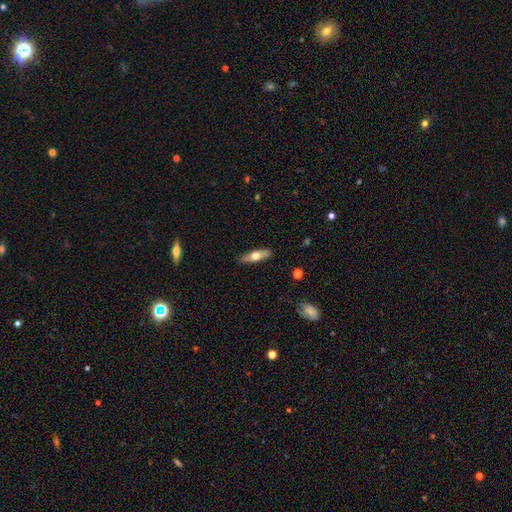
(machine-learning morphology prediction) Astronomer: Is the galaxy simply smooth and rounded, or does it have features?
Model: smooth — 57% (runner-up: featured or disk, 37%).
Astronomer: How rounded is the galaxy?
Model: cigar-shaped — 53% (runner-up: in between, 45%).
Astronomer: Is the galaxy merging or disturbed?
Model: none — 86%.